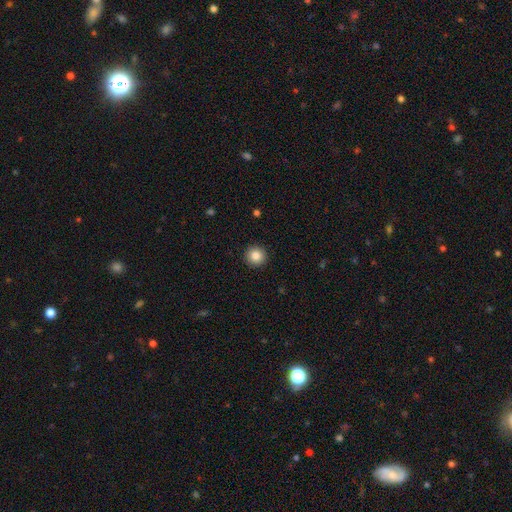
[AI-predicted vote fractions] The model was most divided on "smooth or featured": smooth: 84%, star or artifact: 10%, featured or disk: 6%. More confident: how rounded — round (96%); merging — none (93%).